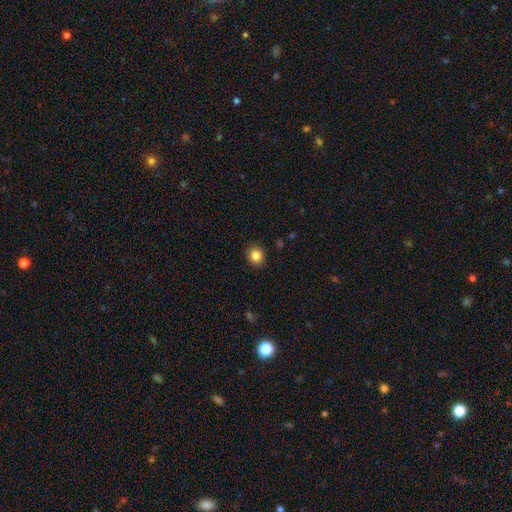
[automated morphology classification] type=smooth (84%); roundness=round (76%); merging=none (90%).